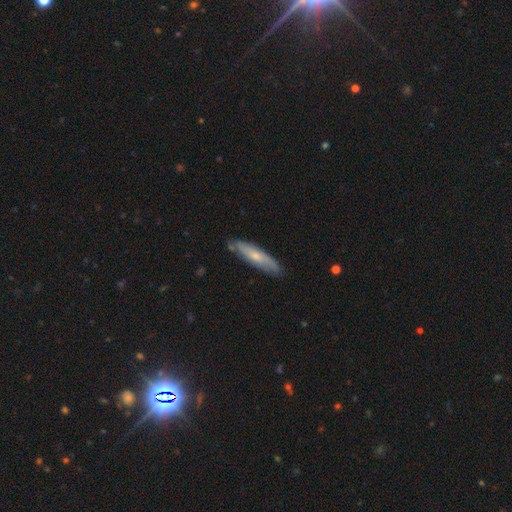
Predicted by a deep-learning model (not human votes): smooth-or-featured: smooth: 52% | featured or disk: 43% | star or artifact: 6%
  how-rounded: cigar-shaped: 80% | in between: 18% | round: 2%
  merging: none: 81% | minor disturbance: 15% | major disturbance: 2% | merger: 2%